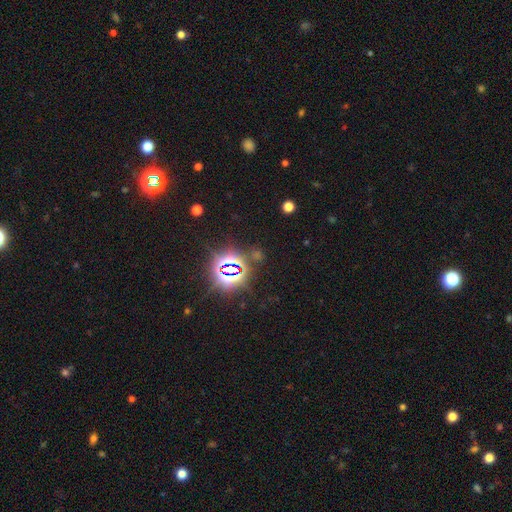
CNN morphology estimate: The model was most divided on "smooth or featured": star or artifact: 78%, smooth: 14%, featured or disk: 7%.